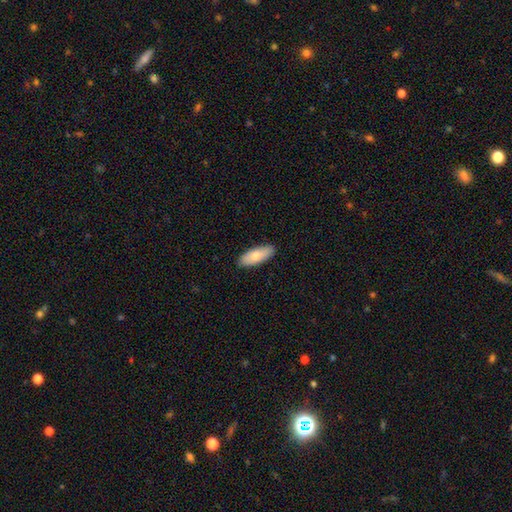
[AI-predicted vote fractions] A smooth galaxy with no disk features (78%) that is in between round and cigar-shaped (78%). Merging: none (89%).